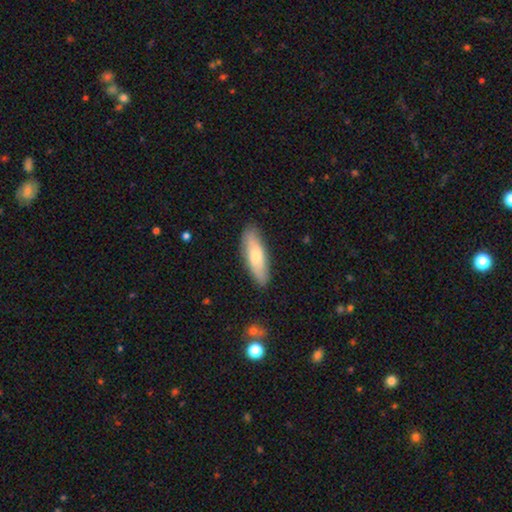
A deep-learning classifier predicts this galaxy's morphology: A smooth galaxy with no disk features (68%) that is in between round and cigar-shaped (50%). Merging: none (87%).